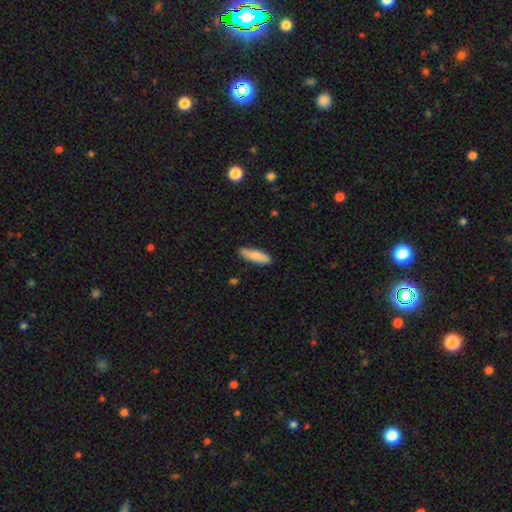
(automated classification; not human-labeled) A smooth galaxy with no disk features (82%) that is cigar-shaped (60%). Merging: none (84%).